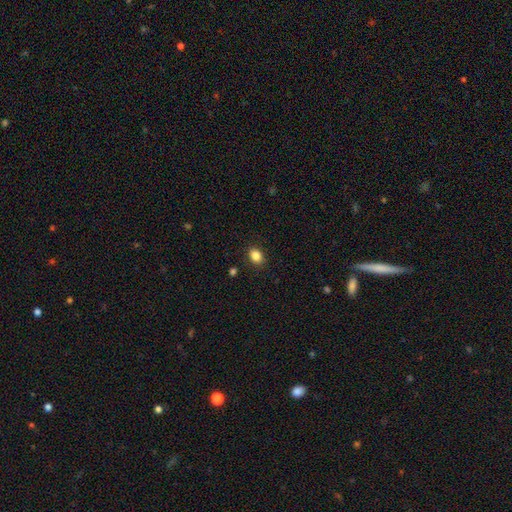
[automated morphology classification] Smooth or featured? smooth (85%)
How rounded? in between (66%)
Merging? none (88%)